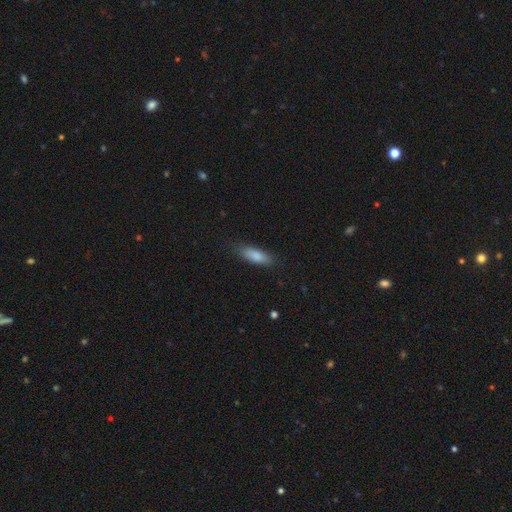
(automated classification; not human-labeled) Overall: smooth (83%). How rounded: in between (58%; cigar-shaped 40%). Merging: none (80%).